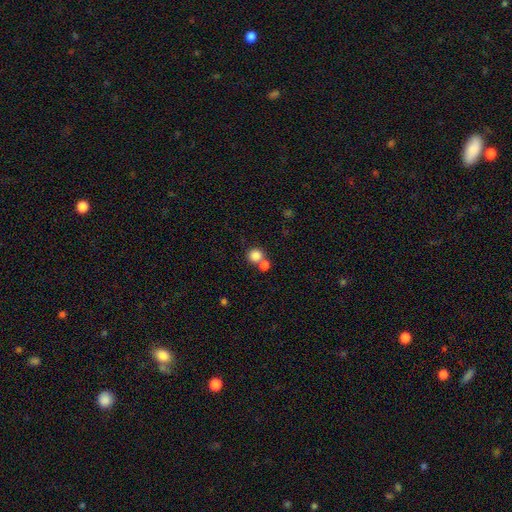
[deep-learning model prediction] Q: Smooth or featured?
A: smooth (83%); runner-up: star or artifact (10%)
Q: How rounded?
A: round (87%); runner-up: in between (12%)
Q: Merging?
A: none (50%); runner-up: merger (41%)